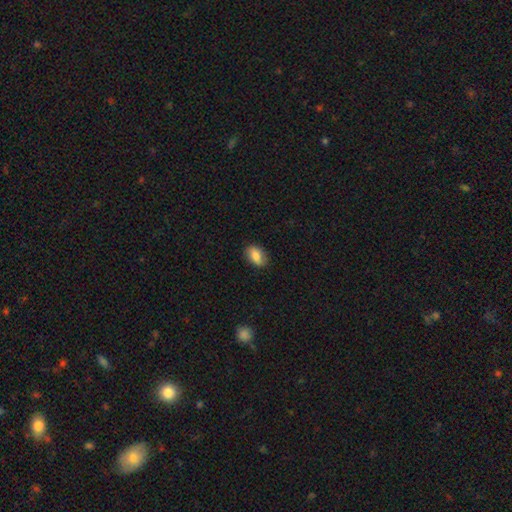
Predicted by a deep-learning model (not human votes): Smooth or featured?
  - smooth: 81% *
  - featured or disk: 11%
  - star or artifact: 8%
How rounded?
  - in between: 88% *
  - round: 10%
  - cigar-shaped: 2%
Merging?
  - none: 83% *
  - minor disturbance: 13%
  - major disturbance: 3%
  - merger: 1%